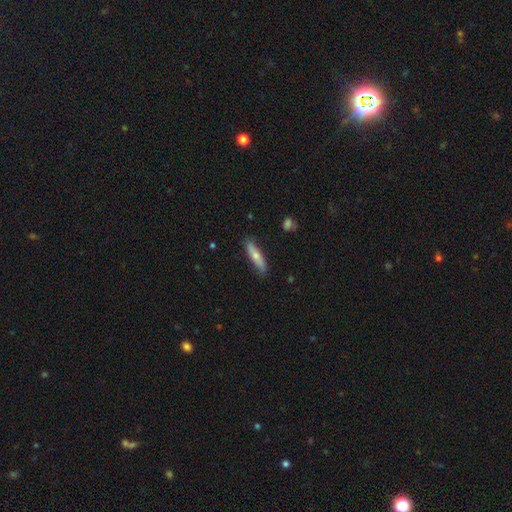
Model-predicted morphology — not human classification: This appears to be a smooth galaxy with no disk features (63%) that is cigar-shaped (74%). Merging: none (82%).